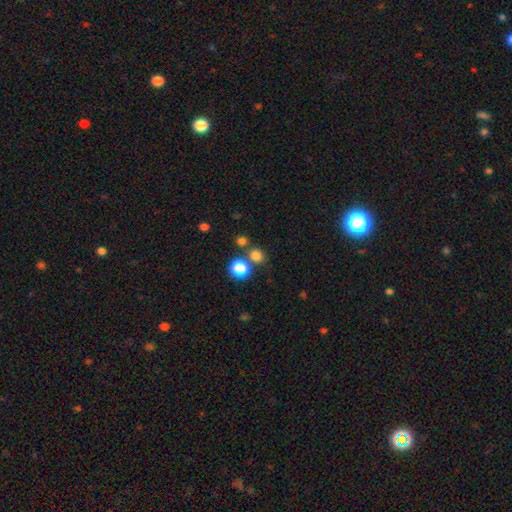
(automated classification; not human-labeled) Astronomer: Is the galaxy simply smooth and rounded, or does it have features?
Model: smooth — 77%.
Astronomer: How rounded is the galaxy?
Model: round — 78%.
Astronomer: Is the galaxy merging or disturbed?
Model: none — 67%.